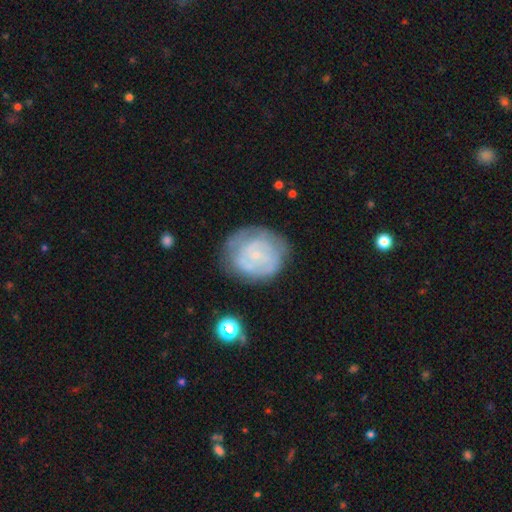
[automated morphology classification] Q: Smooth or featured?
A: featured or disk (65%); runner-up: smooth (28%)
Q: Edge-on disk?
A: no (98%); runner-up: yes (2%)
Q: Bar?
A: no (74%); runner-up: weak (22%)
Q: Spiral arms?
A: yes (72%); runner-up: no (28%)
Q: Bulge size?
A: small (81%); runner-up: moderate (10%)
Q: Merging?
A: none (66%); runner-up: minor disturbance (22%)